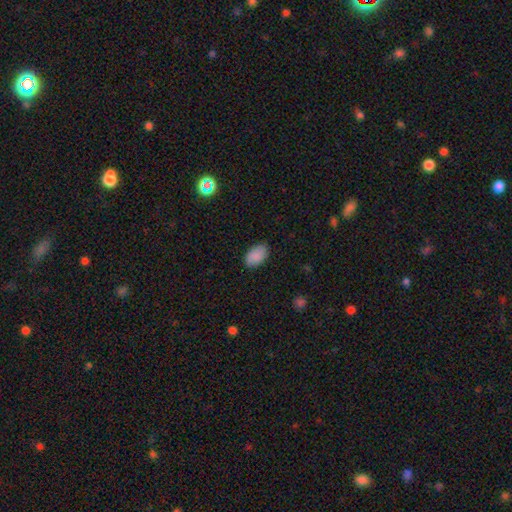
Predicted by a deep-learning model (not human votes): Smooth or featured? smooth (88%)
How rounded? in between (93%)
Merging? none (84%)